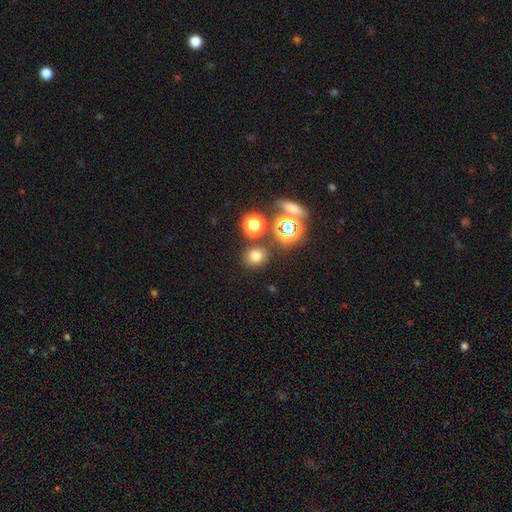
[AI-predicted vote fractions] Smooth or featured? smooth (68%)
How rounded? round (83%)
Merging? none (79%)